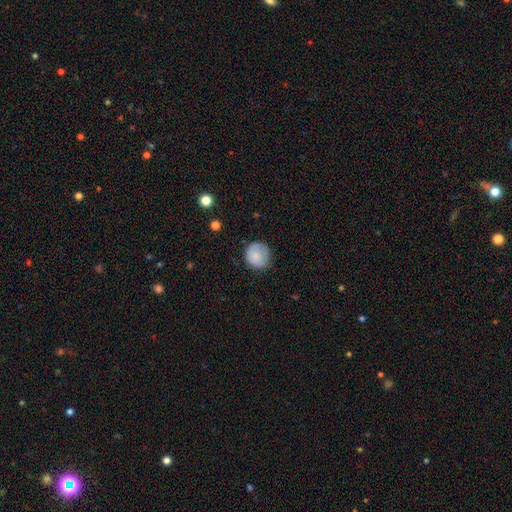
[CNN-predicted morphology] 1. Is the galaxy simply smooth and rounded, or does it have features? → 80% smooth, 13% featured or disk, 7% star or artifact.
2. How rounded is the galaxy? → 87% round, 12% in between, 1% cigar-shaped.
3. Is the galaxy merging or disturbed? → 74% none, 20% minor disturbance, 5% major disturbance, 1% merger.